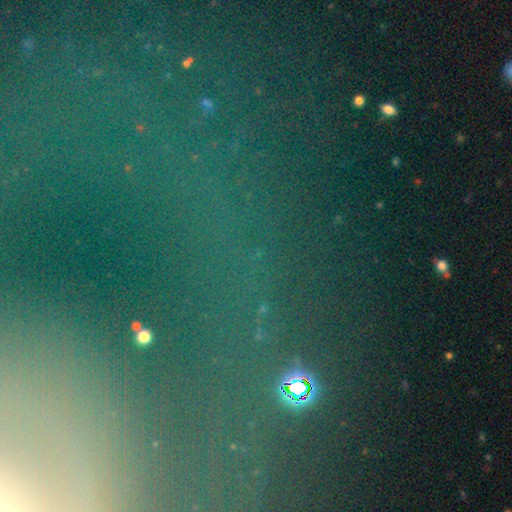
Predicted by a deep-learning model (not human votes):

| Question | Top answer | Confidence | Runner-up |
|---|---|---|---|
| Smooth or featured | star or artifact | 71% | featured or disk (15%) |